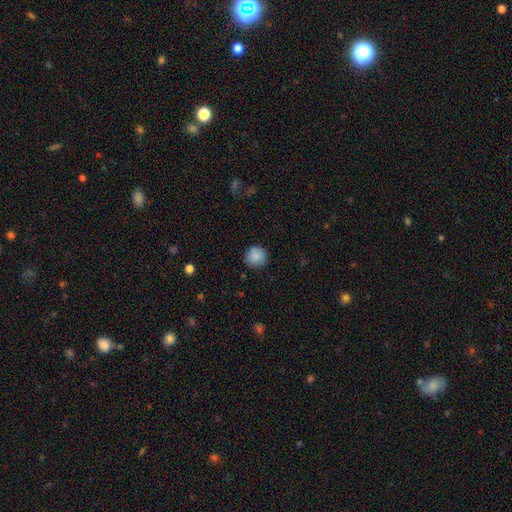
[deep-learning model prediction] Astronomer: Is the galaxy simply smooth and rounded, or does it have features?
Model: smooth — 88%.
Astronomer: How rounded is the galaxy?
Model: round — 91%.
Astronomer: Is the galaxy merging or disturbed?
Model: none — 87%.